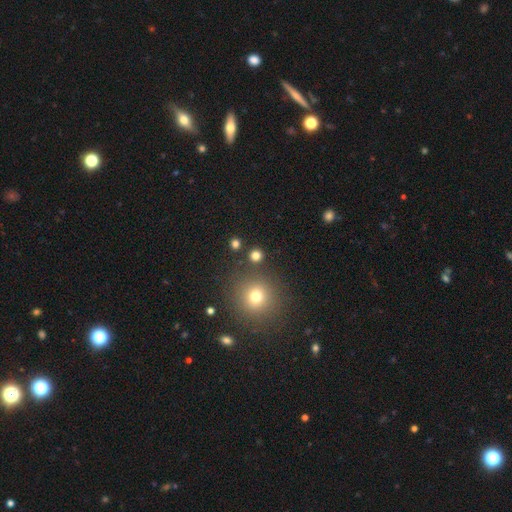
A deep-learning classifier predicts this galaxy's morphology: smooth_or_featured: smooth (p=0.76) [alt: star or artifact p=0.19]
how_rounded: round (p=0.92) [alt: in between p=0.07]
merging: none (p=0.86) [alt: minor disturbance p=0.06]